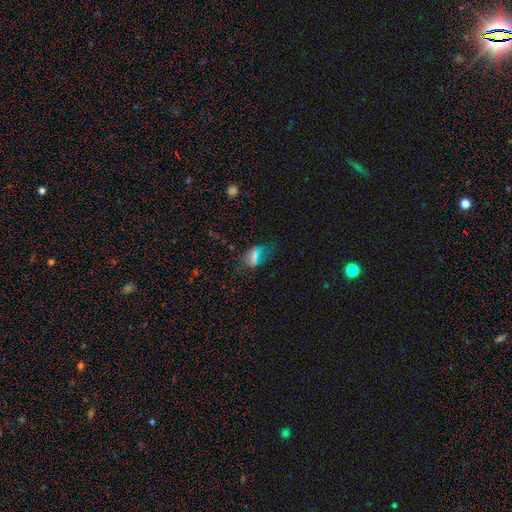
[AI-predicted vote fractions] smooth_or_featured: smooth (p=0.49) [alt: featured or disk p=0.26]
merging: none (p=0.62) [alt: minor disturbance p=0.21]